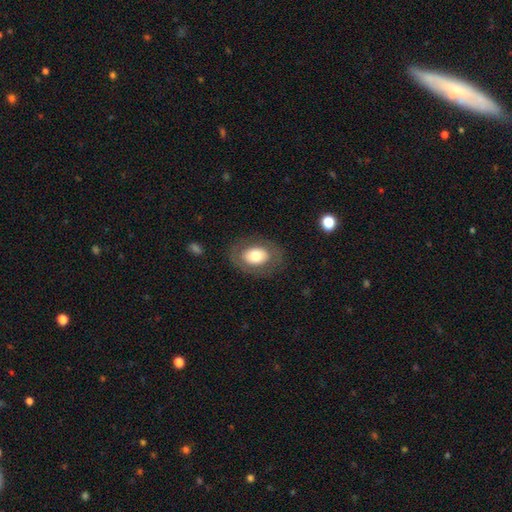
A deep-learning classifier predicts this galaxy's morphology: Smooth or featured? smooth (63%)
How rounded? in between (74%)
Merging? none (80%)